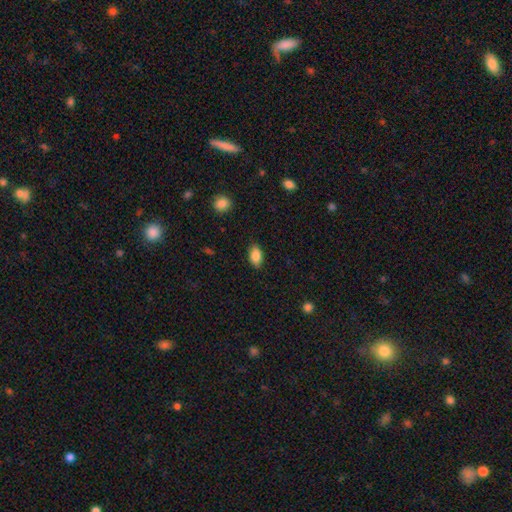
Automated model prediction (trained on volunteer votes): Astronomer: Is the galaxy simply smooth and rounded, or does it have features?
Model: smooth — 86%.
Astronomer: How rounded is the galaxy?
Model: in between — 91%.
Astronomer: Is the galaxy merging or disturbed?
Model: none — 86%.